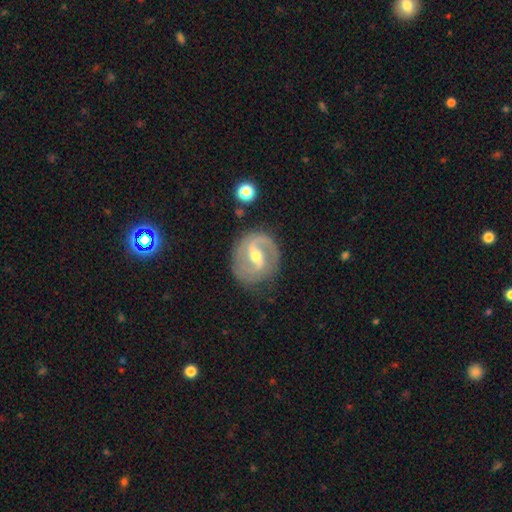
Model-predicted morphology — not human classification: A featured or disk galaxy (87%) with a weak bar (44%), 2 (85%) medium (52%) spiral arms (94%) and a moderate central bulge (62%).

Vote fractions:
- Smooth or featured? featured or disk: 87% / smooth: 8% / star or artifact: 5%
- Edge-on disk? no: 97% / yes: 3%
- Bar? weak: 44% / strong: 42% / no: 14%
- Spiral arms? yes: 94% / no: 6%
- Spiral winding? medium: 52% / tight: 28% / loose: 20%
- Spiral arm count? 2: 85% / 1: 7% / can't tell: 4% / 3: 2% / 4: 1% / more than 4: 1%
- Bulge size? moderate: 62% / small: 34% / large: 3% / none: 1% / dominant: 1%
- Merging? none: 79% / minor disturbance: 14% / major disturbance: 5% / merger: 2%